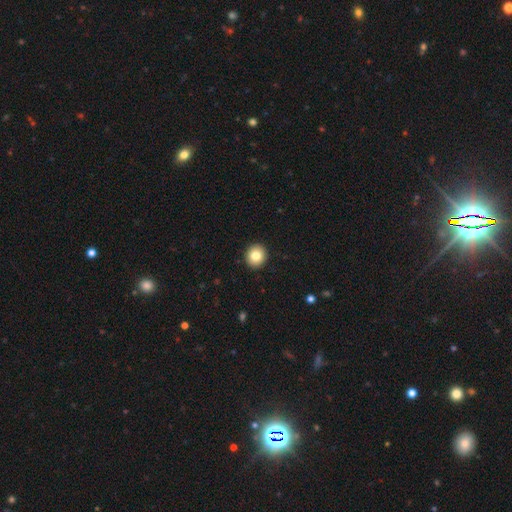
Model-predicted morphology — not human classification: A smooth galaxy with no disk features (82%) that is round (88%). Merging: none (93%).